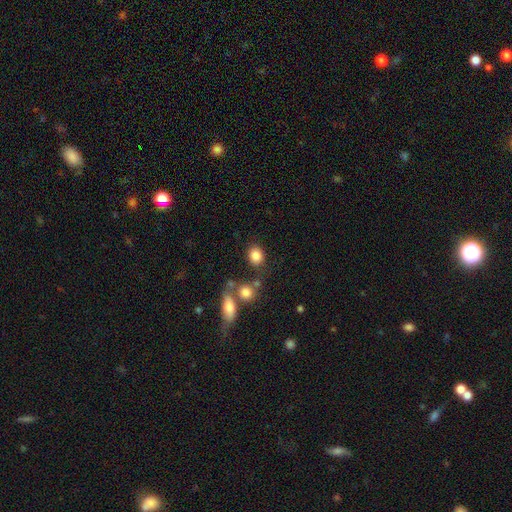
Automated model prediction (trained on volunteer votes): The model was most divided on "how rounded": round: 55%, in between: 43%, cigar-shaped: 1%. More confident: smooth or featured — smooth (85%); merging — none (73%).